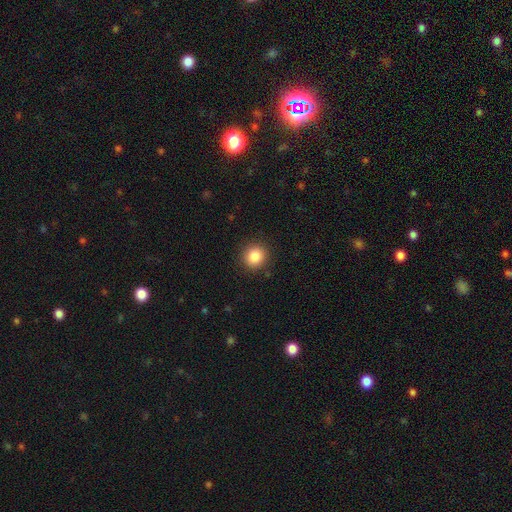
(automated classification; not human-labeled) smooth 85%, star or artifact 10%, featured or disk 5%. Down the decision tree: how rounded — round (89%); merging — none (90%).